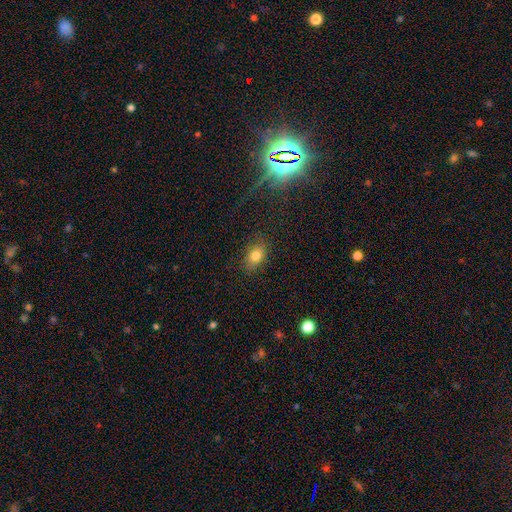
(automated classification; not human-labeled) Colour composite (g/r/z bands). It shows a smooth galaxy with no disk features (79%) that is in between round and cigar-shaped (77%). Merging: none (83%).